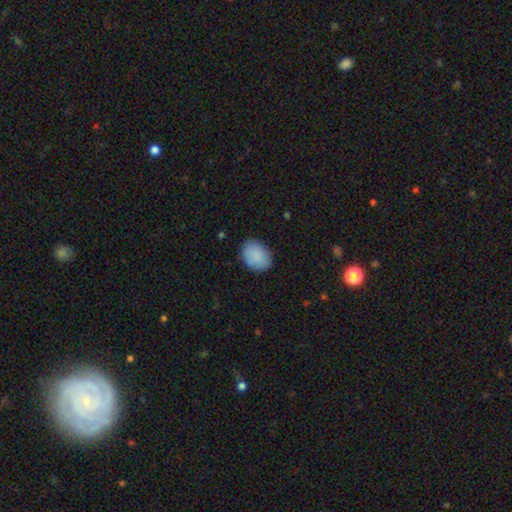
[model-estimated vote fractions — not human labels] A smooth galaxy with no disk features (88%) that is in between round and cigar-shaped (70%). Merging: none (82%).